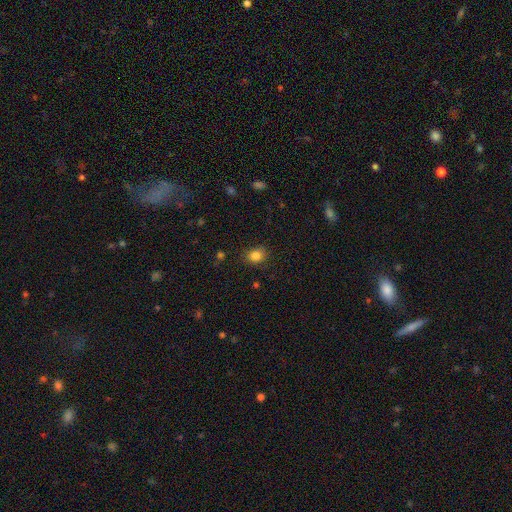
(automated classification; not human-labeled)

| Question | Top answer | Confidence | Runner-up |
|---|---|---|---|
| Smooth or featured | smooth | 84% | star or artifact (11%) |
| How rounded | round | 61% | in between (38%) |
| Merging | none | 82% | minor disturbance (13%) |